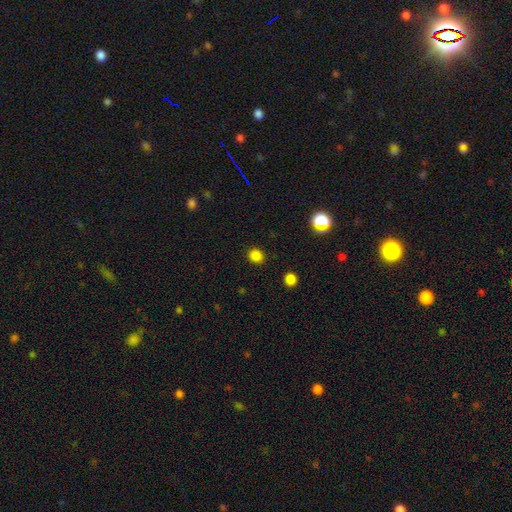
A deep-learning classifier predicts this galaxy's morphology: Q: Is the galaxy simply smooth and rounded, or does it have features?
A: smooth — 82%.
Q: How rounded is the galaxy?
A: round — 75%.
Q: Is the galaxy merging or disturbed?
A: none — 89%.